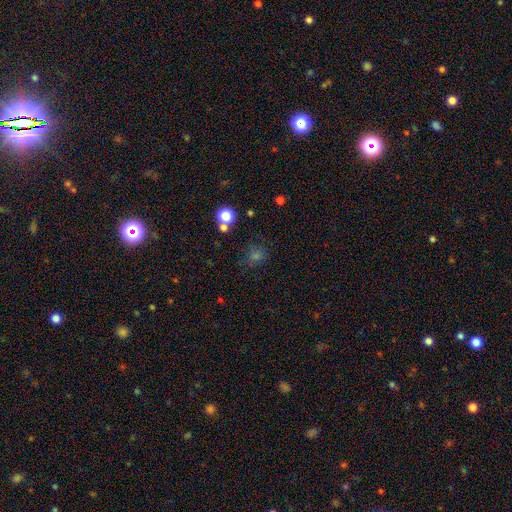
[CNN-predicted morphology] This appears to be a smooth galaxy with no disk features (54%) that is round (74%). Merging: none (73%).